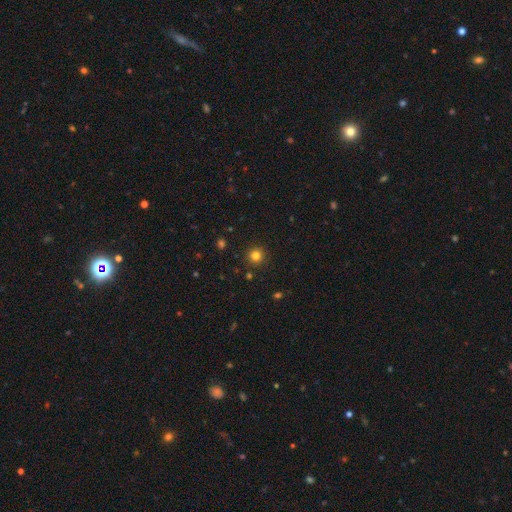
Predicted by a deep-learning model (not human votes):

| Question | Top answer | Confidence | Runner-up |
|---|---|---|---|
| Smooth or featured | smooth | 80% | star or artifact (14%) |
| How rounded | round | 94% | in between (5%) |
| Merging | none | 91% | minor disturbance (6%) |